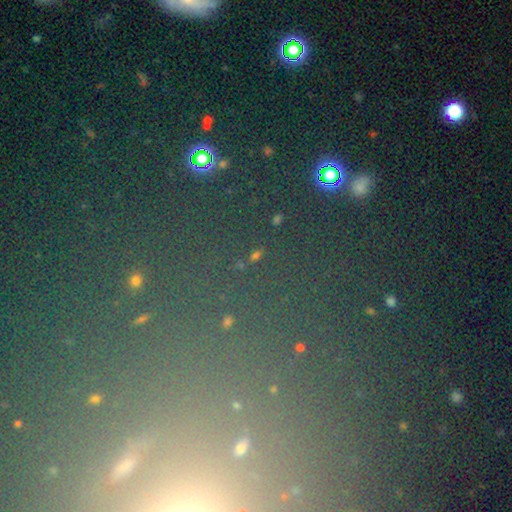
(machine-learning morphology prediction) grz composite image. It shows a star or artifact, not a galaxy (51%).